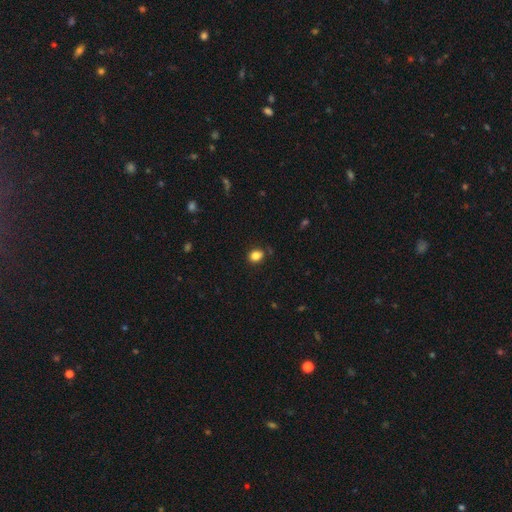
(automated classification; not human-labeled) A smooth galaxy with no disk features (84%) that is in between round and cigar-shaped (53%).

Vote fractions:
- Smooth or featured? smooth: 84% / star or artifact: 11% / featured or disk: 5%
- How rounded? in between: 53% / round: 46% / cigar-shaped: 1%
- Merging? none: 83% / minor disturbance: 13% / major disturbance: 3% / merger: 2%